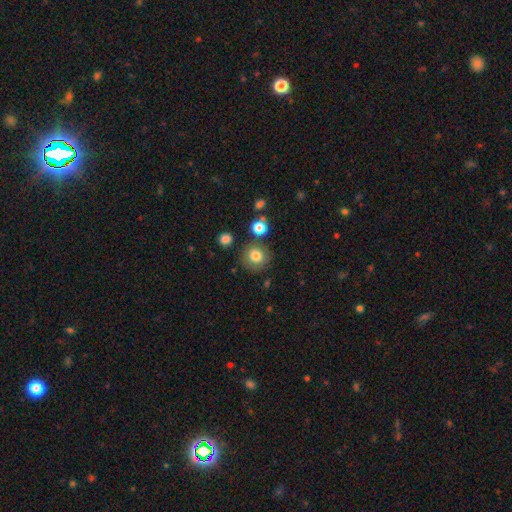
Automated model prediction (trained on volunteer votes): Q: Smooth or featured?
A: smooth (80%); runner-up: star or artifact (11%)
Q: How rounded?
A: round (89%); runner-up: in between (10%)
Q: Merging?
A: none (79%); runner-up: minor disturbance (10%)